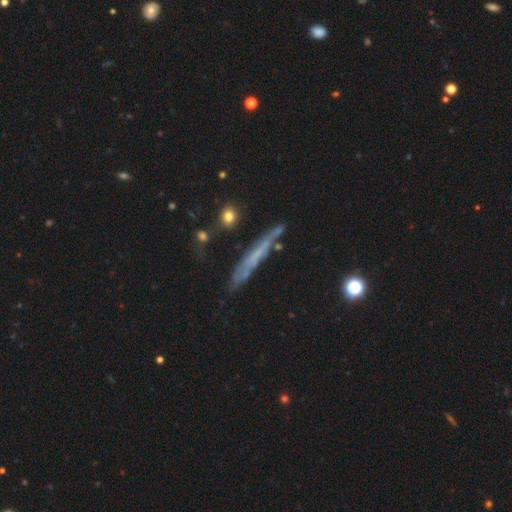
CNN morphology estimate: This appears to be a featured or disk galaxy (54%) viewed edge-on (84%). Merging: none (74%).